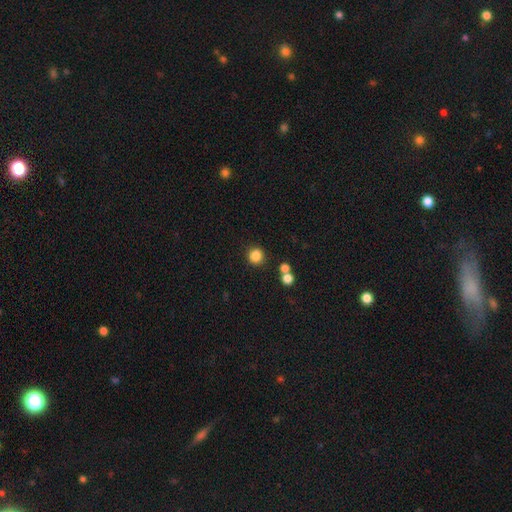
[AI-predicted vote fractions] smooth 83%, star or artifact 12%, featured or disk 4%. Down the decision tree: how rounded — round (92%); merging — none (87%).